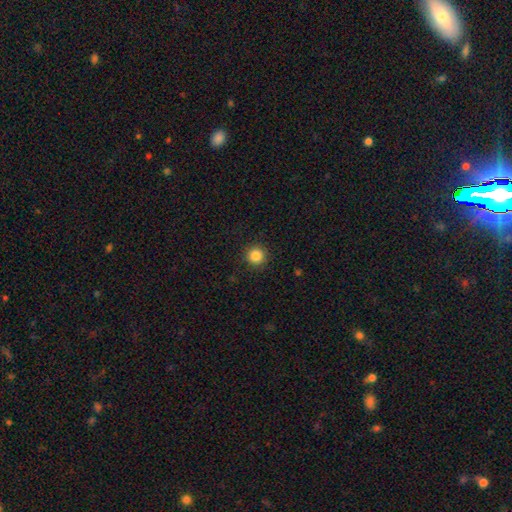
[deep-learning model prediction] Smooth or featured? smooth (85%)
How rounded? round (95%)
Merging? none (91%)